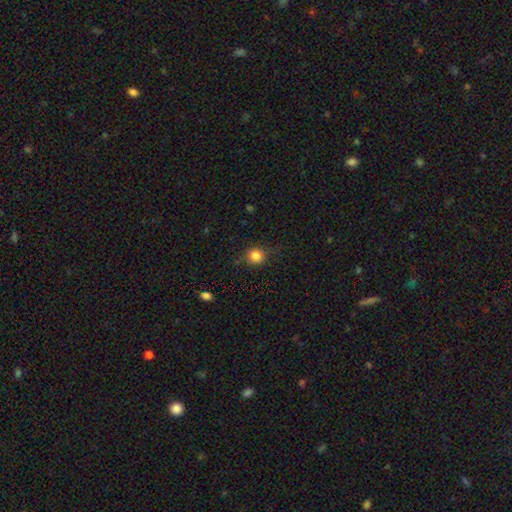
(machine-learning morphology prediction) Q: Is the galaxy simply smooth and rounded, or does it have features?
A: smooth — 83%.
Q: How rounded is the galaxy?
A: round — 88%.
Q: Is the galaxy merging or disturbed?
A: none — 80%.